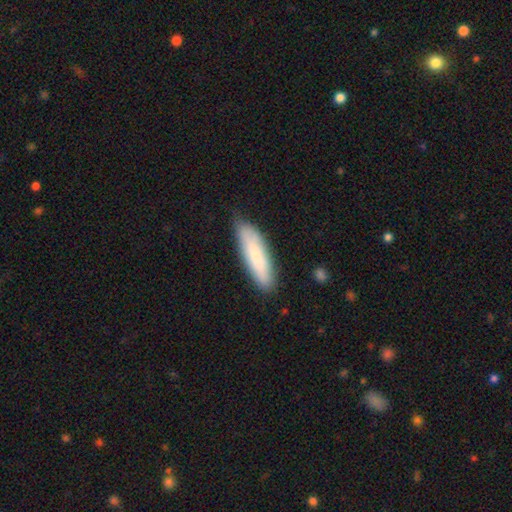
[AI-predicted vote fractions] smooth_or_featured: smooth (p=0.76) [alt: featured or disk p=0.18]
how_rounded: cigar-shaped (p=0.62) [alt: in between p=0.36]
merging: none (p=0.81) [alt: minor disturbance p=0.15]